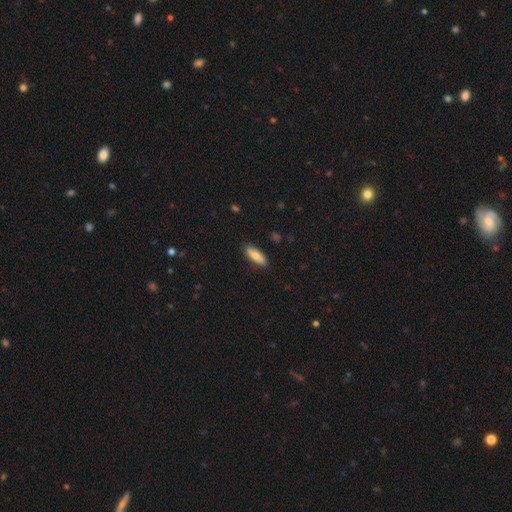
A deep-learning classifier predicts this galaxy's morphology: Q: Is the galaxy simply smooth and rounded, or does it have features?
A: smooth — 78%.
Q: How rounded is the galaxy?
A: in between — 58%.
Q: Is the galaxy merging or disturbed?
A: none — 87%.